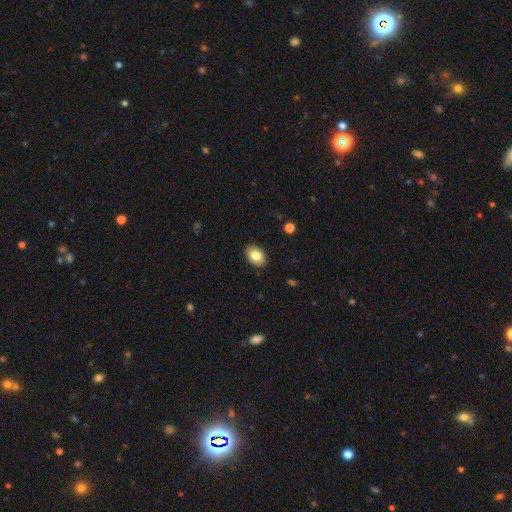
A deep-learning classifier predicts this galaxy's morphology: This appears to be a smooth galaxy with no disk features (82%) that is in between round and cigar-shaped (81%). Merging: none (89%).